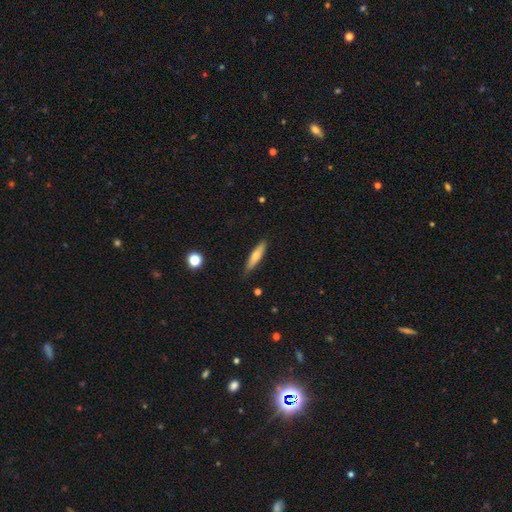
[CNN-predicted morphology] A smooth galaxy with no disk features (58%) that is cigar-shaped (81%). Merging: none (83%).